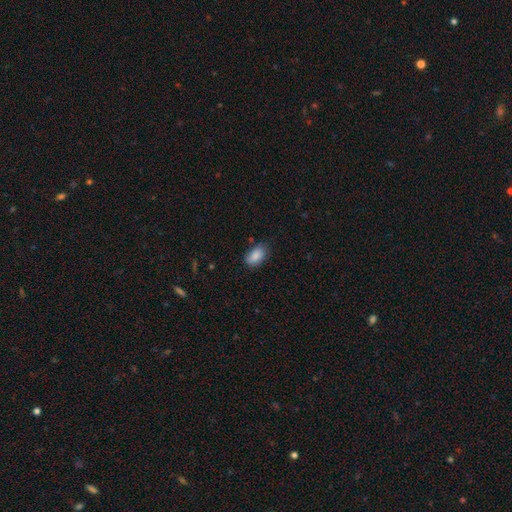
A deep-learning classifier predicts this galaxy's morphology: Smooth or featured? smooth (87%)
How rounded? in between (92%)
Merging? none (74%)